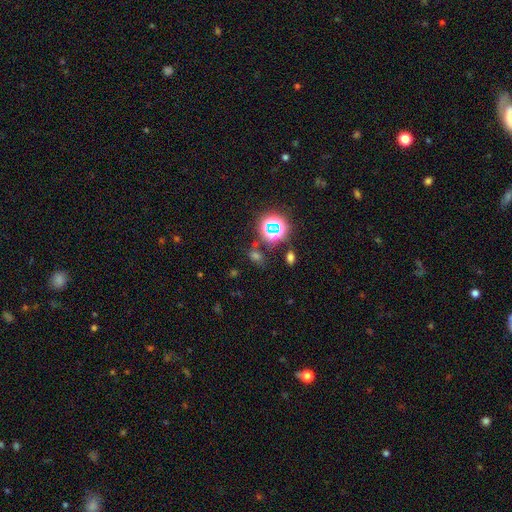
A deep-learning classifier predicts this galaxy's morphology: star or artifact 48%, smooth 43%, featured or disk 9%.